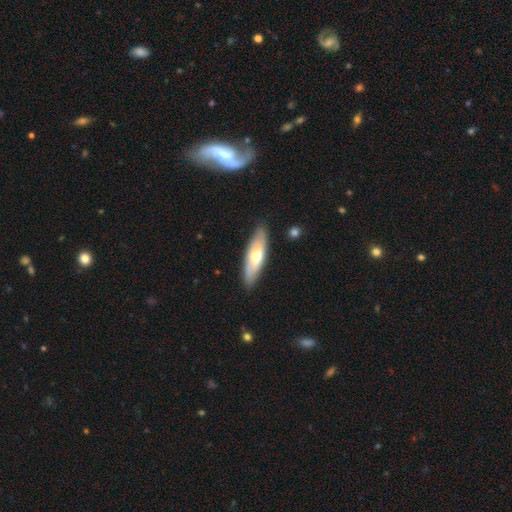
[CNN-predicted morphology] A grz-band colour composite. It shows a smooth galaxy with no disk features (53%) that is in between round and cigar-shaped (52%). Merging: none (84%).